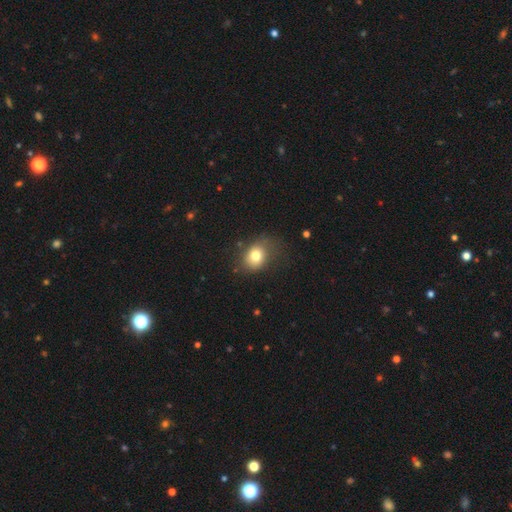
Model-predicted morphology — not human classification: A smooth galaxy with no disk features (76%) that is in between round and cigar-shaped (53%). Merging: none (60%).